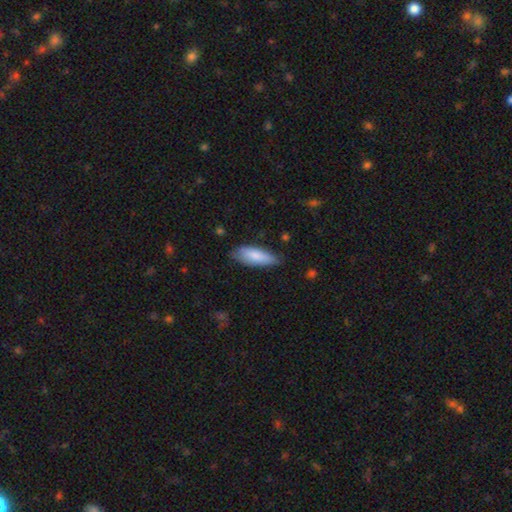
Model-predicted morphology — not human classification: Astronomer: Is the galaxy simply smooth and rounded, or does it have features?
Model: smooth — 80%.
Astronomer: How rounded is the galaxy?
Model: in between — 62%.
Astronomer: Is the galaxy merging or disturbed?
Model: none — 72%.